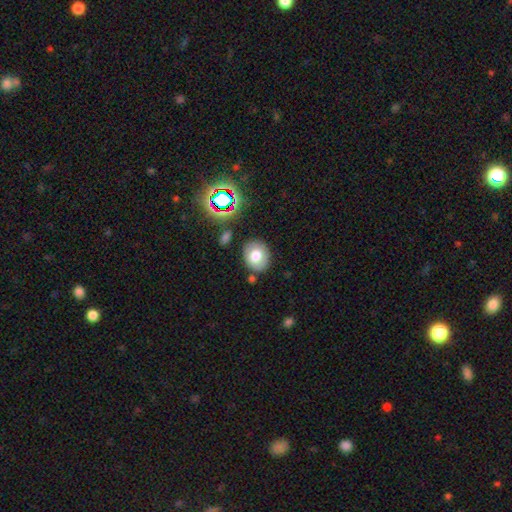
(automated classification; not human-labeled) Overall: smooth (72%). How rounded: round (58%; in between 41%). Merging: none (83%).